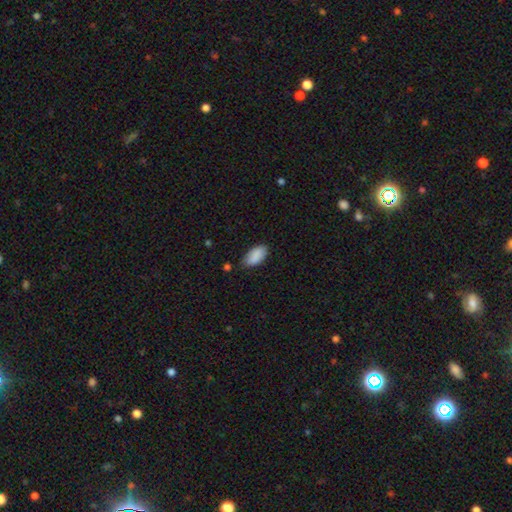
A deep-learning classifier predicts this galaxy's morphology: smooth_or_featured: smooth (p=0.88) [alt: star or artifact p=0.07]
how_rounded: in between (p=0.93) [alt: cigar-shaped p=0.04]
merging: none (p=0.76) [alt: minor disturbance p=0.19]